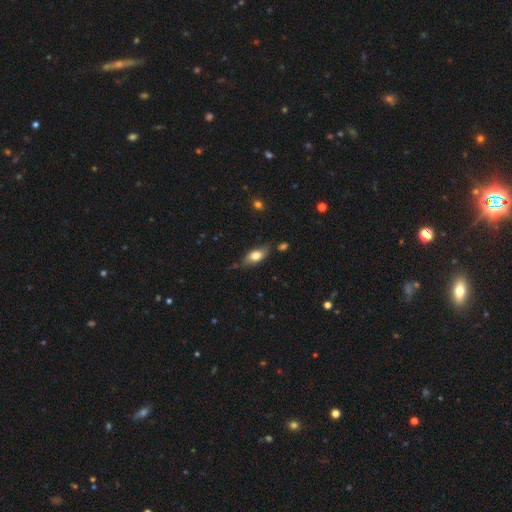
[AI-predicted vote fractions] Smooth or featured: smooth — 72% (featured or disk — 22%)
How rounded: in between — 85% (cigar-shaped — 10%)
Merging: none — 66% (minor disturbance — 24%)